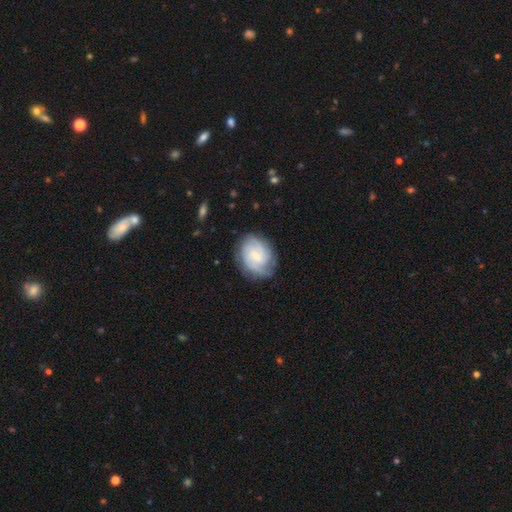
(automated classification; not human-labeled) smooth_or_featured: featured or disk (p=0.71) [alt: smooth p=0.23]
disk_edge_on: no (p=0.98) [alt: yes p=0.02]
bar: weak (p=0.50) [alt: no p=0.42]
has_spiral_arms: yes (p=0.93) [alt: no p=0.07]
spiral_winding: tight (p=0.48) [alt: medium p=0.39]
spiral_arm_count: 2 (p=0.35) [alt: can't tell p=0.29]
bulge_size: small (p=0.65) [alt: moderate p=0.26]
merging: none (p=0.76) [alt: minor disturbance p=0.17]